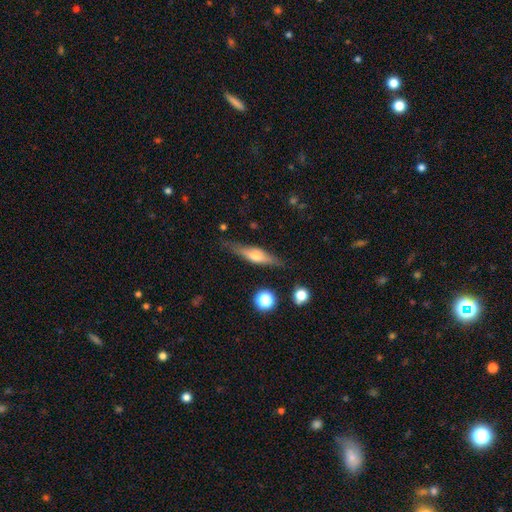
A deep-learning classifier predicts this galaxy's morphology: featured or disk 60%, smooth 33%, star or artifact 7%. Down the decision tree: edge-on disk — yes (94%); edge-on bulge — rounded (86%); merging — none (83%).